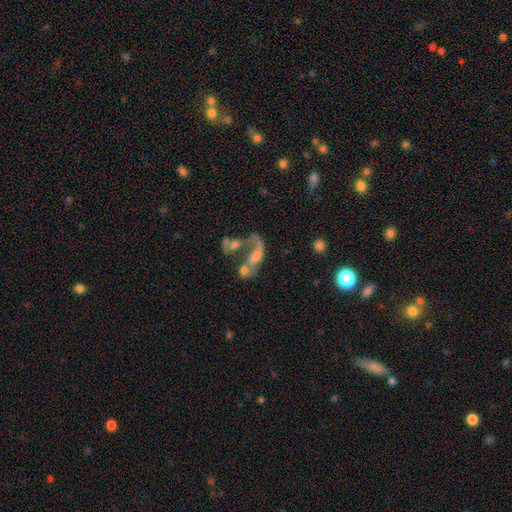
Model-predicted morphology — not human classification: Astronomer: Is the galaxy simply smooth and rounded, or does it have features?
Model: featured or disk — 54% (runner-up: smooth, 30%).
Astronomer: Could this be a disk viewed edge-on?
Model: no — 93%.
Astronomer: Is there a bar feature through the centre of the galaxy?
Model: no — 72%.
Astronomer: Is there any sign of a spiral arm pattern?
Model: no — 57% (runner-up: yes, 43%).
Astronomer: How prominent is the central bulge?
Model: none — 37% (runner-up: moderate, 27%).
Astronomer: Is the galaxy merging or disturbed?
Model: merger — 53%.